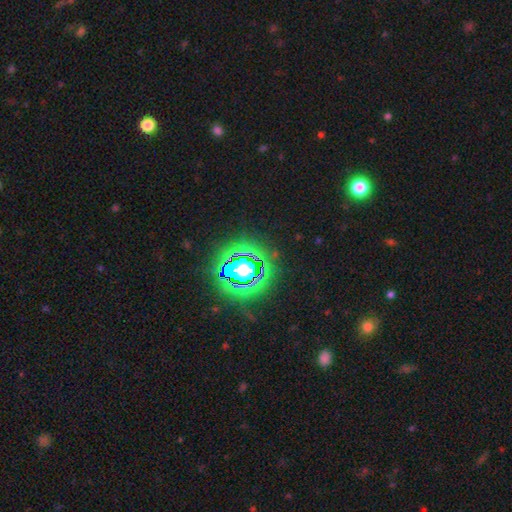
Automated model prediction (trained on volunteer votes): The model was most divided on "smooth or featured": star or artifact: 75%, smooth: 15%, featured or disk: 10%.